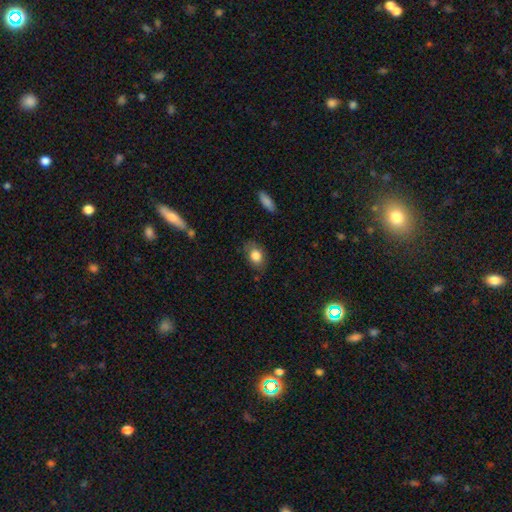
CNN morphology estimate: smooth 81%, featured or disk 11%, star or artifact 8%. Down the decision tree: how rounded — in between (76%); merging — none (75%).